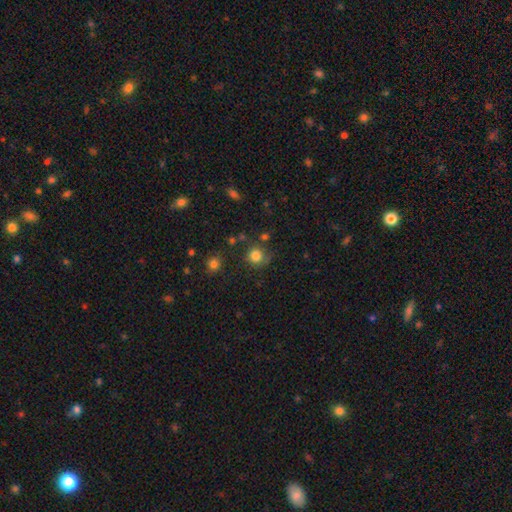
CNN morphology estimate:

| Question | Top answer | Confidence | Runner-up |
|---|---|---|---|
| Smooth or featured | smooth | 81% | star or artifact (13%) |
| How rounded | round | 90% | in between (9%) |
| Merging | none | 75% | minor disturbance (14%) |